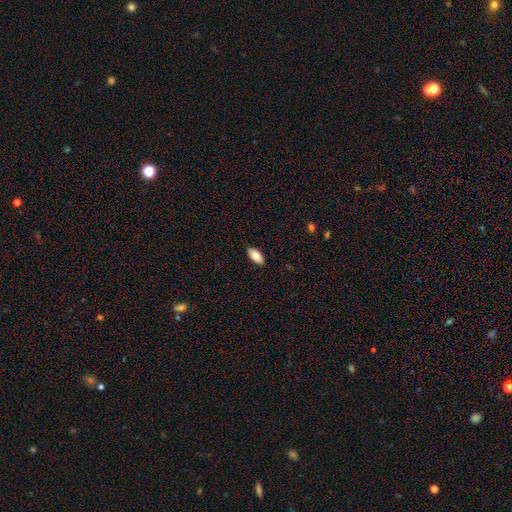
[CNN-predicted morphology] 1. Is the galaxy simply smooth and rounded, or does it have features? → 83% smooth, 10% featured or disk, 7% star or artifact.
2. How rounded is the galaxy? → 92% in between, 6% cigar-shaped, 2% round.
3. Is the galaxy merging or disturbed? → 88% none, 9% minor disturbance, 2% major disturbance, 1% merger.